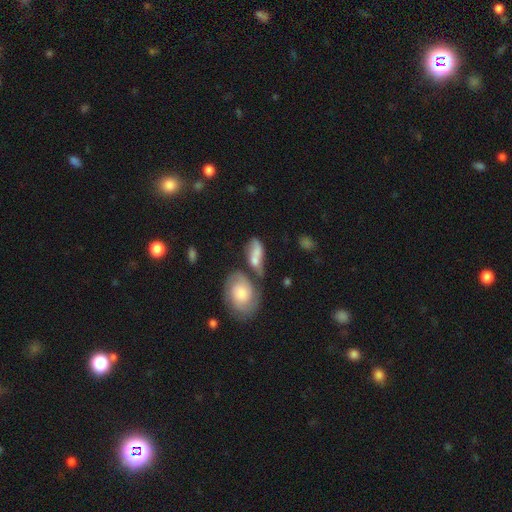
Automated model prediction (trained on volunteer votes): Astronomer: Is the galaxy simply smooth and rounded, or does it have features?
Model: smooth — 52% (runner-up: featured or disk, 39%).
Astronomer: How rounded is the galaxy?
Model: in between — 82%.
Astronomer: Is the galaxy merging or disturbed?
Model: merger — 45% (runner-up: none, 25%).